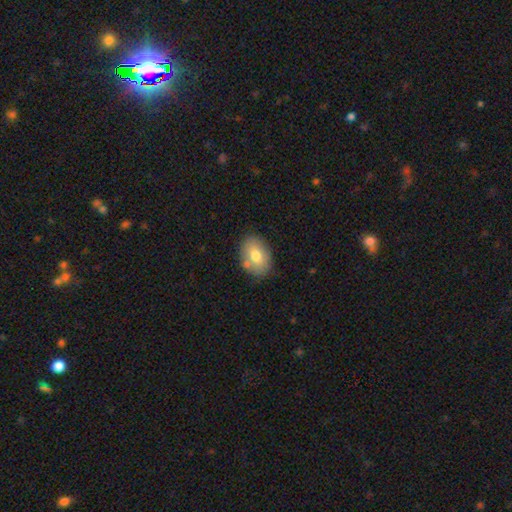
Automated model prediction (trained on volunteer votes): A smooth galaxy with no disk features (74%) that is in between round and cigar-shaped (77%). Merging: none (75%).